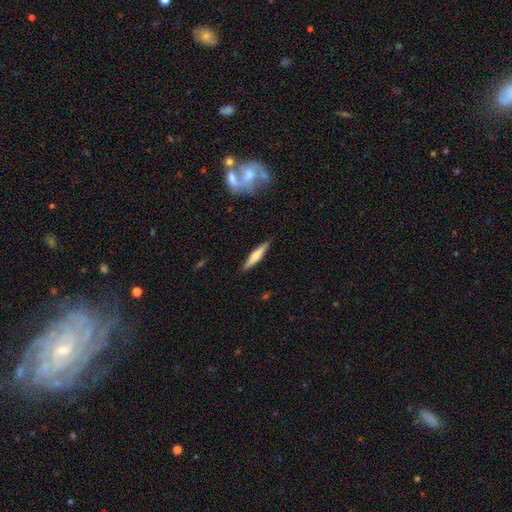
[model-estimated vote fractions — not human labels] A smooth galaxy with no disk features (53%) that is cigar-shaped (87%). Merging: none (88%).